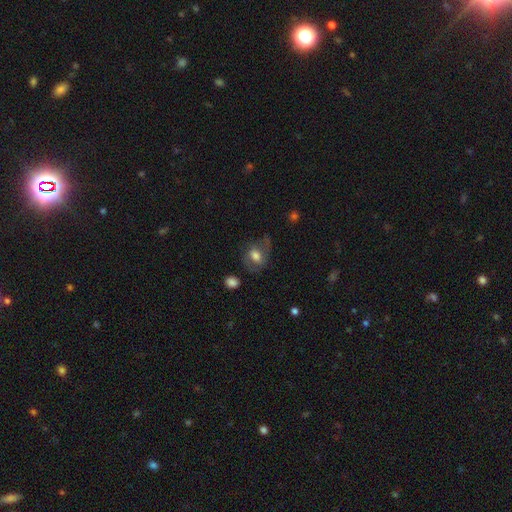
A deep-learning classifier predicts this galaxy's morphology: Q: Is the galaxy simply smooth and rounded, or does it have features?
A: featured or disk — 46%.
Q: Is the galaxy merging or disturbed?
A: none — 56%.